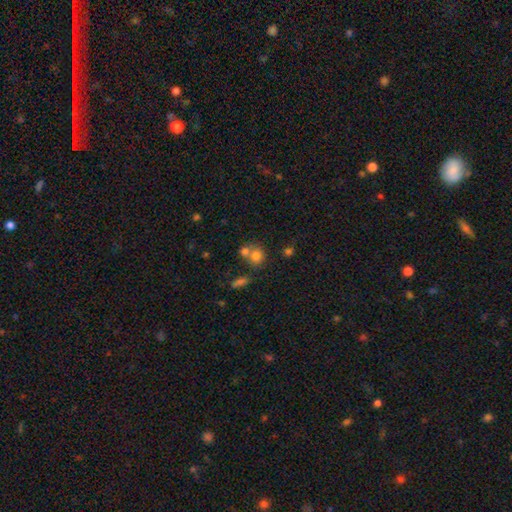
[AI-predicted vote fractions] smooth-or-featured: smooth: 75% | star or artifact: 13% | featured or disk: 13%
  how-rounded: round: 73% | in between: 26% | cigar-shaped: 1%
  merging: merger: 45% | none: 41% | minor disturbance: 9% | major disturbance: 5%